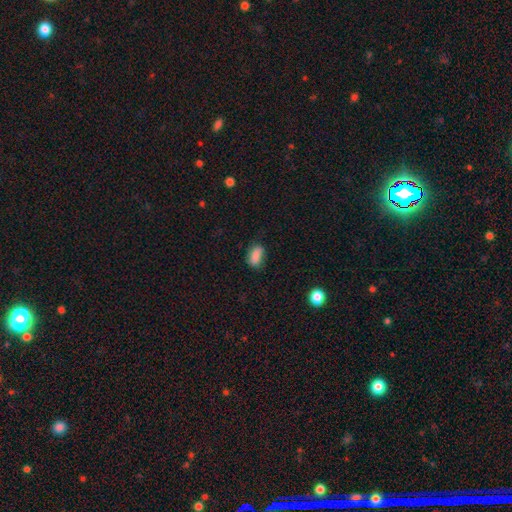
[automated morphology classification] Q: Smooth or featured?
A: smooth (87%); runner-up: star or artifact (9%)
Q: How rounded?
A: in between (89%); runner-up: round (7%)
Q: Merging?
A: none (72%); runner-up: minor disturbance (22%)